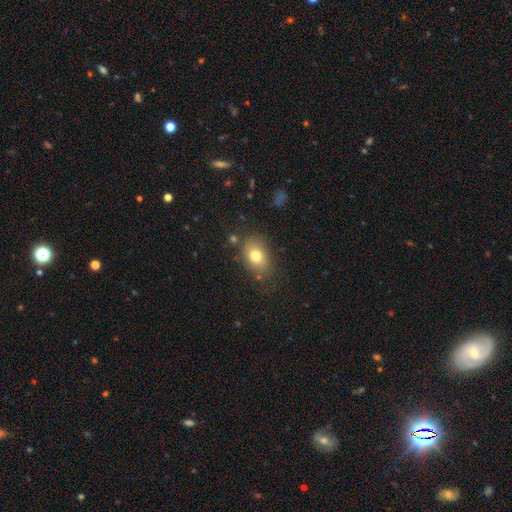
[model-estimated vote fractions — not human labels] Smooth or featured? Predicted: smooth (p=0.77). How rounded? Predicted: in between (p=0.74). Merging? Predicted: none (p=0.76).